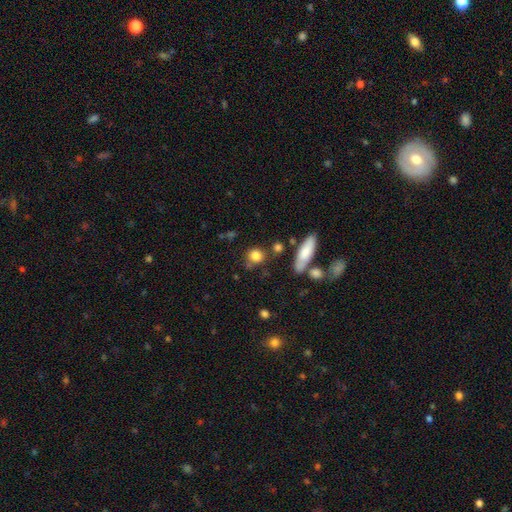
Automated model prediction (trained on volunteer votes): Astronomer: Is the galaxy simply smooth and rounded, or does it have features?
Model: smooth — 83%.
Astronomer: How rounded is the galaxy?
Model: round — 76%.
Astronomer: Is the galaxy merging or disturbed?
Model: none — 71%.